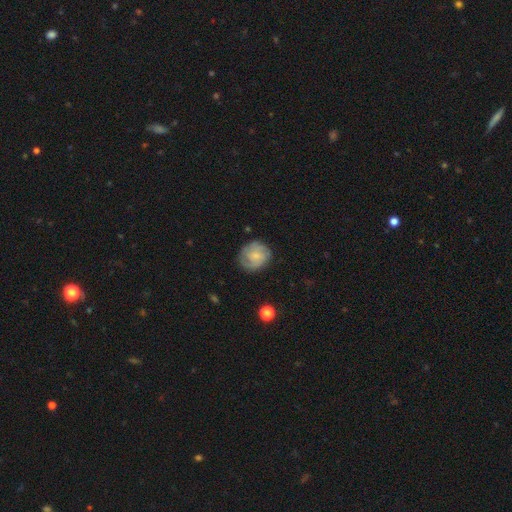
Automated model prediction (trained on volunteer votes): This appears to be a featured or disk galaxy (61%) with no bar (68%), tight (58%) spiral arms (90%) and a small central bulge (66%). Merging: none (75%).